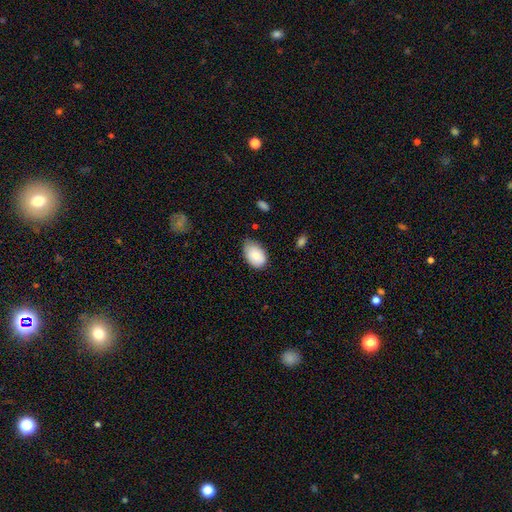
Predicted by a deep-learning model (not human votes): Smooth or featured? Predicted: smooth (p=0.84). How rounded? Predicted: in between (p=0.89). Merging? Predicted: none (p=0.61).